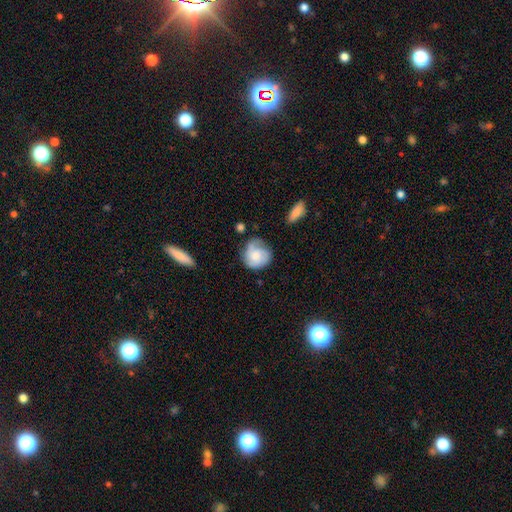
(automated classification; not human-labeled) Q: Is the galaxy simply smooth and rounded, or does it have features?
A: smooth — 51%.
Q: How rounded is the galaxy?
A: round — 79%.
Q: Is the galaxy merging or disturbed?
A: none — 60%.